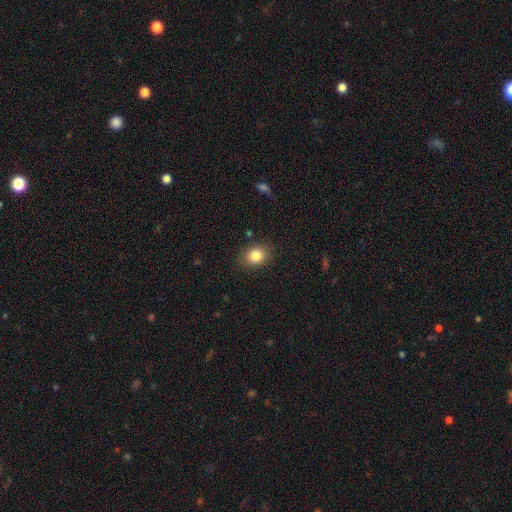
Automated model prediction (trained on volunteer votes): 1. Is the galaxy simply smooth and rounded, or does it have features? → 83% smooth, 10% star or artifact, 7% featured or disk.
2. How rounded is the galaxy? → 50% round, 49% in between, 1% cigar-shaped.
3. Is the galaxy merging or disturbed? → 86% none, 10% minor disturbance, 3% major disturbance, 1% merger.